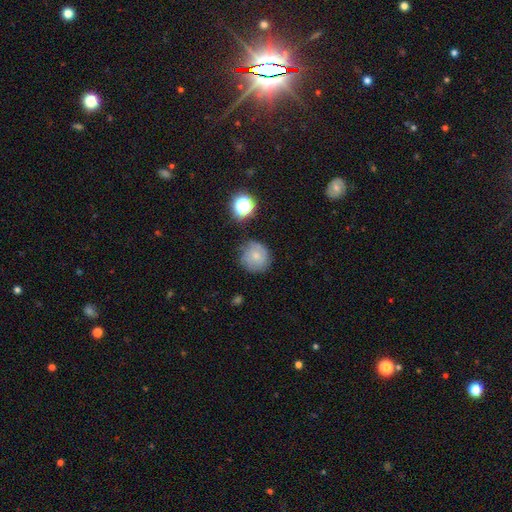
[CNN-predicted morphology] The model was most divided on "smooth or featured": smooth: 61%, featured or disk: 27%, star or artifact: 12%. More confident: how rounded — round (91%); merging — none (69%).